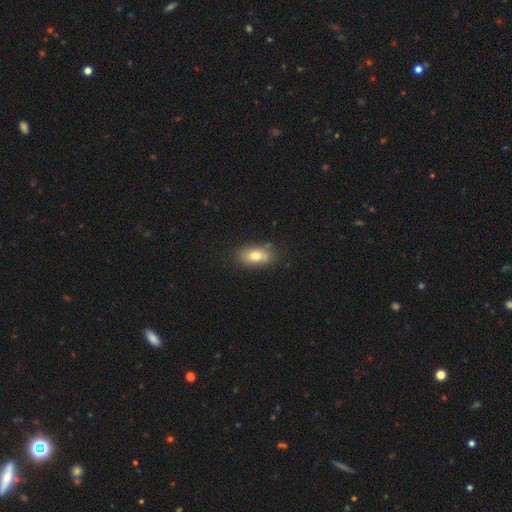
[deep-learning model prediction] Morphology: type=smooth (77%); roundness=in between (87%); merging=none (71%).